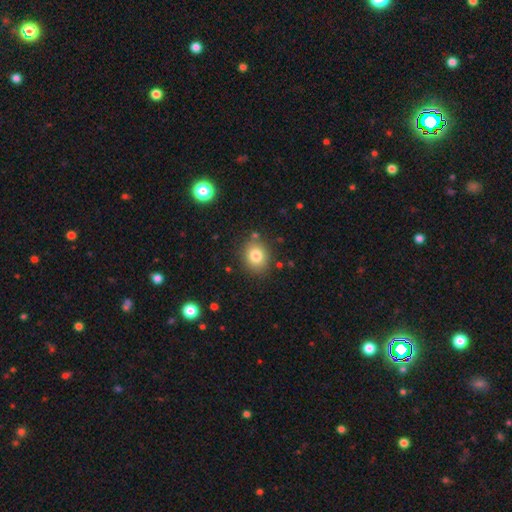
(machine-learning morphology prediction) Overall: smooth (80%). How rounded: round (65%; in between 34%). Merging: none (84%).